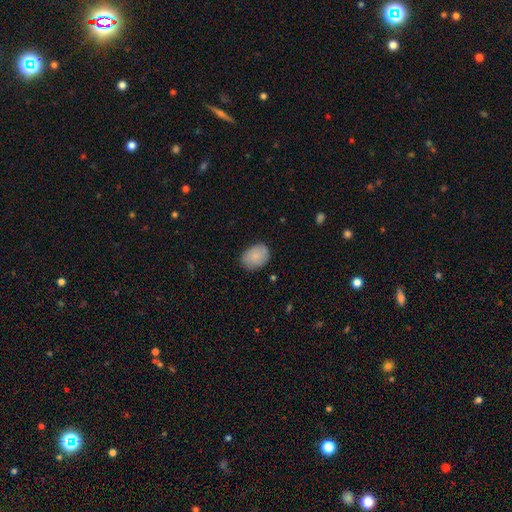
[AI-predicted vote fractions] Smooth or featured? Predicted: smooth (p=0.84). How rounded? Predicted: in between (p=0.77). Merging? Predicted: none (p=0.77).